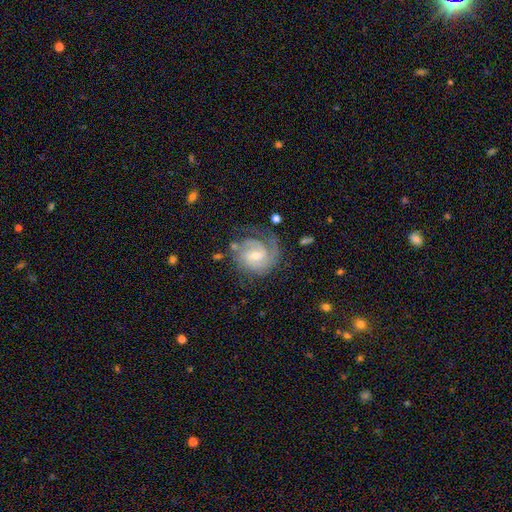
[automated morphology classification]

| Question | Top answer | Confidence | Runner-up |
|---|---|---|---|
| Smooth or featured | featured or disk | 85% | smooth (10%) |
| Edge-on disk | no | 98% | yes (2%) |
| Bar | weak | 58% | no (29%) |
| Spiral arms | yes | 96% | no (4%) |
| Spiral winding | tight | 54% | medium (36%) |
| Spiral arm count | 2 | 48% | can't tell (19%) |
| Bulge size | small | 50% | moderate (45%) |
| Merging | none | 61% | minor disturbance (21%) |